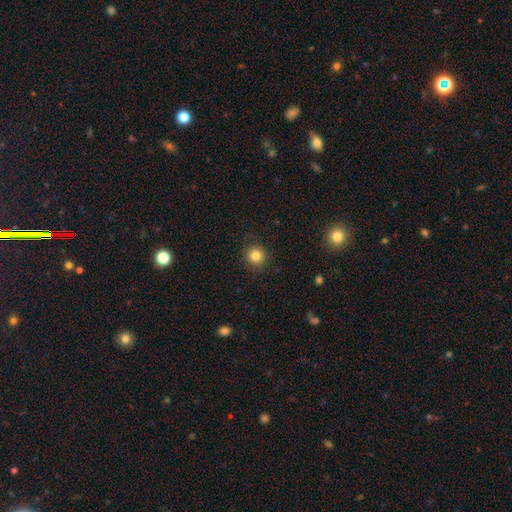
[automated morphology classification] smooth_or_featured: smooth (p=0.83) [alt: star or artifact p=0.12]
how_rounded: round (p=0.92) [alt: in between p=0.07]
merging: none (p=0.90) [alt: minor disturbance p=0.06]